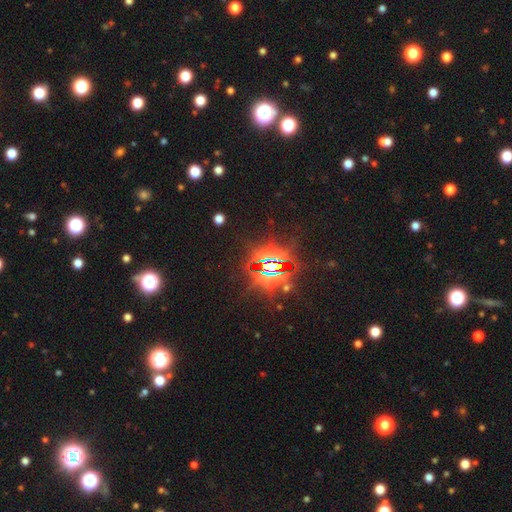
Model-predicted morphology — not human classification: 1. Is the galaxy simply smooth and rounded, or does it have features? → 82% star or artifact, 11% smooth, 7% featured or disk.